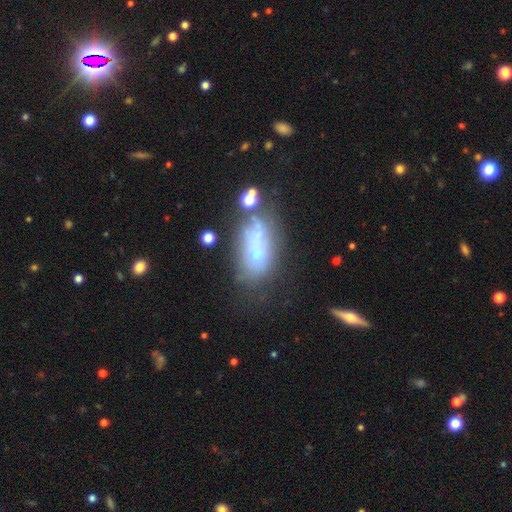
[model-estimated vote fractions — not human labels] Morphology: type=smooth (43%); merging=none (41%).